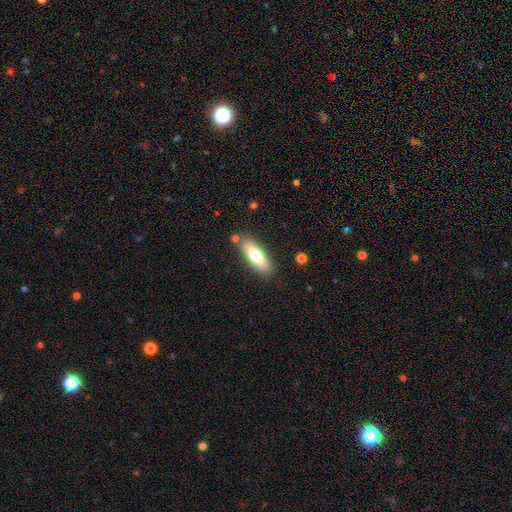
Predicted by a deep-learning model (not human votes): Smooth or featured: smooth — 70% (featured or disk — 23%)
How rounded: in between — 59% (cigar-shaped — 39%)
Merging: none — 83% (minor disturbance — 11%)